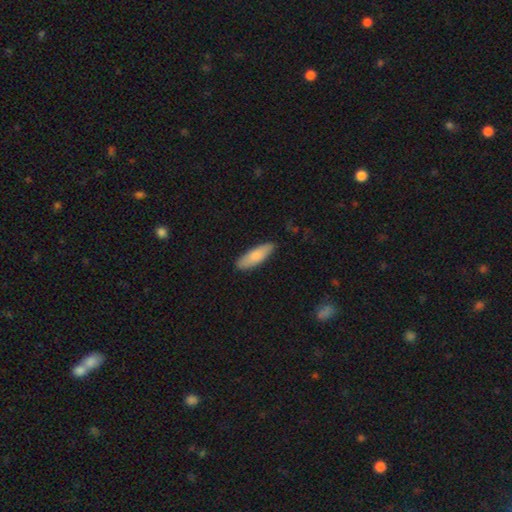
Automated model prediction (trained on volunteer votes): Smooth or featured: smooth — 81% (featured or disk — 14%)
How rounded: in between — 55% (cigar-shaped — 43%)
Merging: none — 85% (minor disturbance — 12%)